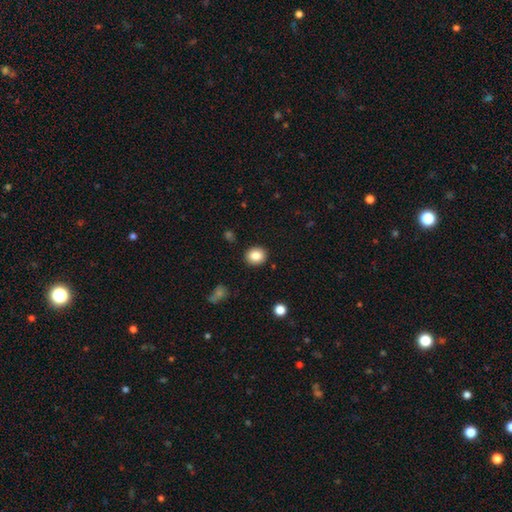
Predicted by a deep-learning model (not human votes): Smooth or featured?
  - smooth: 85% *
  - star or artifact: 9%
  - featured or disk: 6%
How rounded?
  - round: 77% *
  - in between: 22%
  - cigar-shaped: 1%
Merging?
  - none: 90% *
  - minor disturbance: 6%
  - major disturbance: 2%
  - merger: 1%